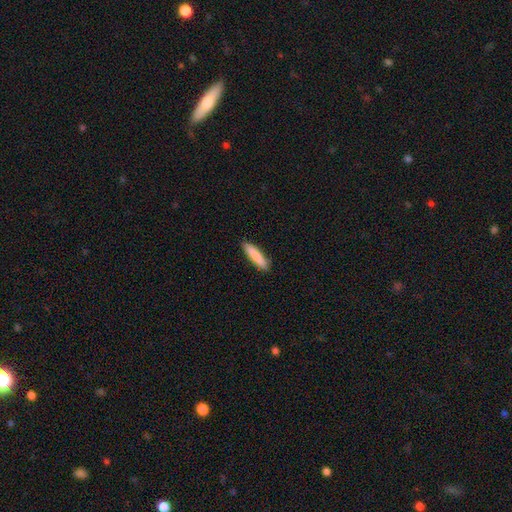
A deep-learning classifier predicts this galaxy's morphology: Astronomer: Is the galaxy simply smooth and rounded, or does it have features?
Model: smooth — 86%.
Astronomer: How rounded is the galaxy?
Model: cigar-shaped — 85%.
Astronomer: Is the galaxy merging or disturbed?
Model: none — 90%.